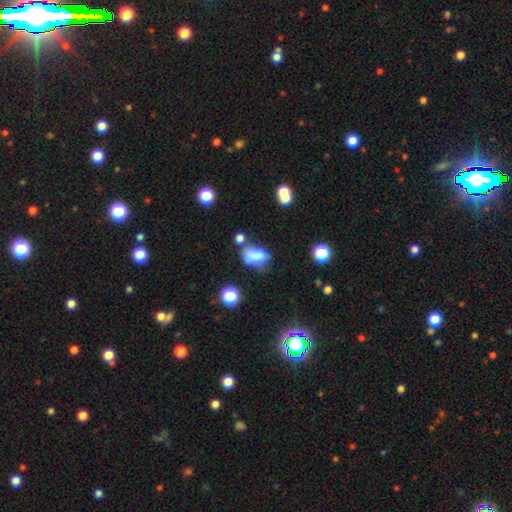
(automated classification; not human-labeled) Smooth or featured? Predicted: smooth (p=0.72). How rounded? Predicted: in between (p=0.84). Merging? Predicted: none (p=0.31).